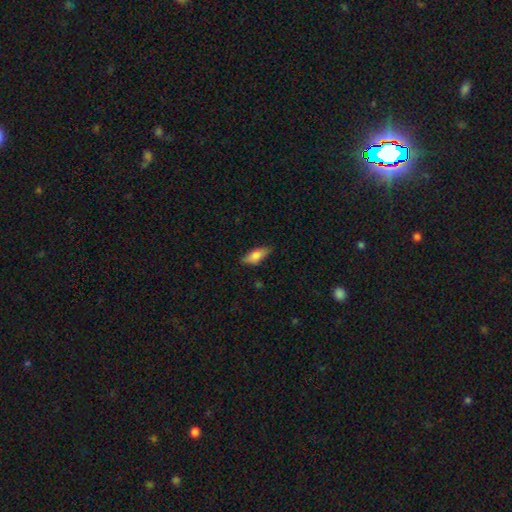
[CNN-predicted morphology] smooth 78%, featured or disk 15%, star or artifact 7%. Down the decision tree: how rounded — in between (80%); merging — none (73%).